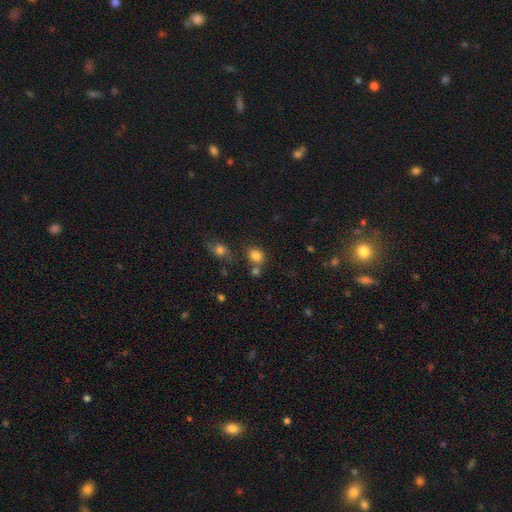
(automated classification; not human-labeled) Morphology: type=smooth (82%); roundness=round (67%); merging=none (62%).